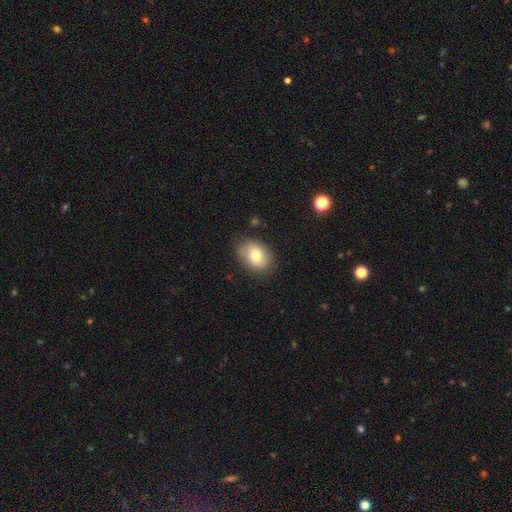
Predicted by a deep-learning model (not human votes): smooth_or_featured: smooth (p=0.76) [alt: featured or disk p=0.16]
how_rounded: in between (p=0.69) [alt: round p=0.30]
merging: none (p=0.81) [alt: minor disturbance p=0.14]